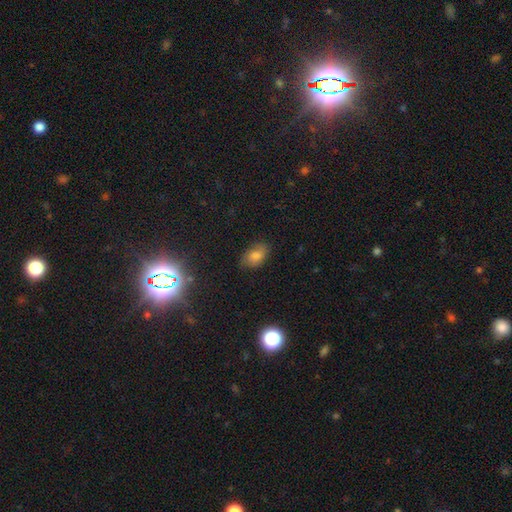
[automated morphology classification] smooth 70%, star or artifact 17%, featured or disk 13%. Down the decision tree: how rounded — in between (87%); merging — none (76%).